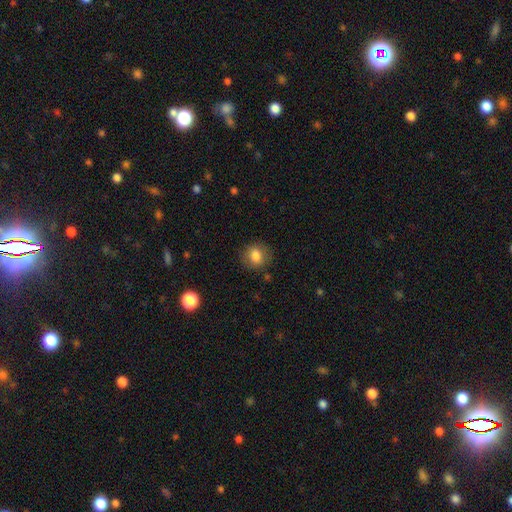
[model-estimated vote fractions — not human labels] This appears to be a smooth galaxy with no disk features (81%) that is round (68%). Merging: none (83%).